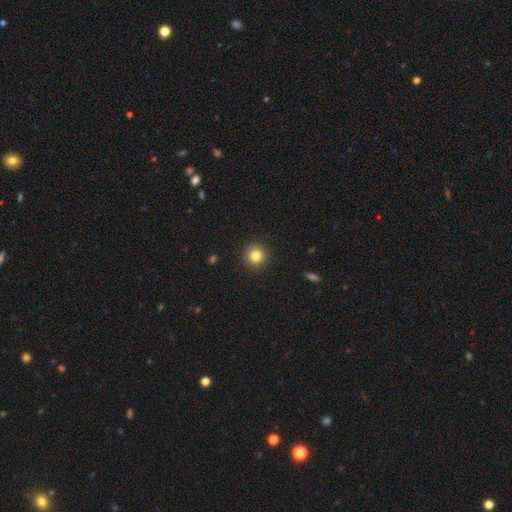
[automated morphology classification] smooth-or-featured: smooth: 82% | star or artifact: 11% | featured or disk: 7%
  how-rounded: round: 94% | in between: 5% | cigar-shaped: 1%
  merging: none: 92% | minor disturbance: 5% | major disturbance: 2% | merger: 1%